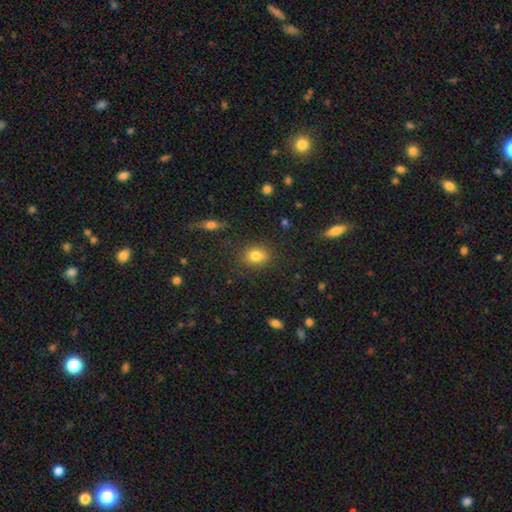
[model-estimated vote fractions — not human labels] Smooth or featured? smooth (81%)
How rounded? round (53%)
Merging? none (85%)